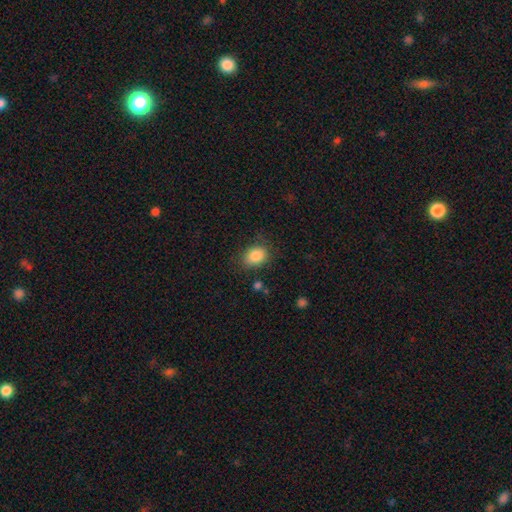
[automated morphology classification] Smooth or featured? Predicted: smooth (p=0.86). How rounded? Predicted: in between (p=0.63). Merging? Predicted: none (p=0.76).